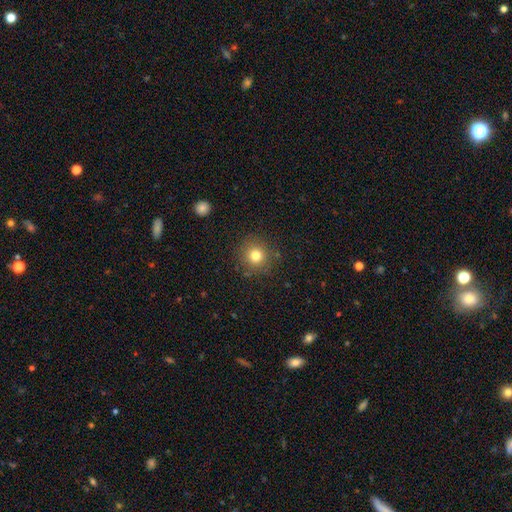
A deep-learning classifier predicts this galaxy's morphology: Q: Smooth or featured?
A: smooth (78%); runner-up: star or artifact (14%)
Q: How rounded?
A: round (93%); runner-up: in between (6%)
Q: Merging?
A: none (87%); runner-up: minor disturbance (8%)